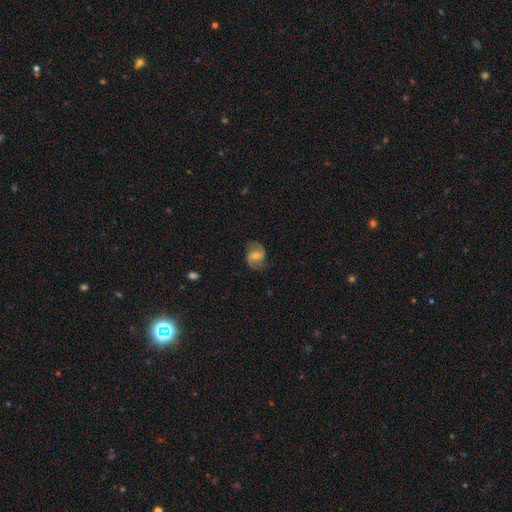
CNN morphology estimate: Overall: featured or disk (71%). Edge-on disk: no (97%). Bar: weak (45%; no 37%). Spiral arms: yes (92%). Spiral arm count: 2 (88%). Spiral winding: medium (44%; loose 40%). Bulge size: moderate (50%; small 42%). Merging: none (76%).